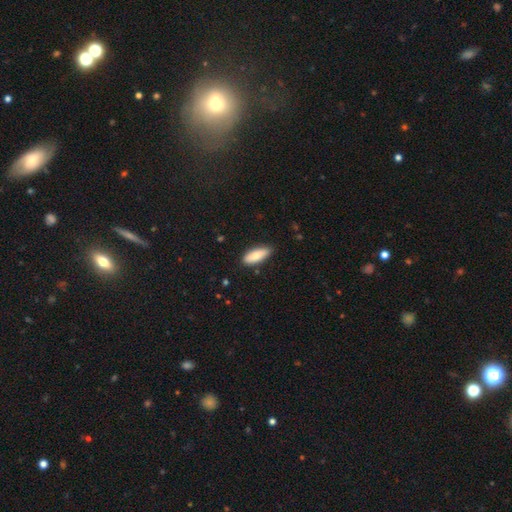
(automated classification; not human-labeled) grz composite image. It shows a smooth galaxy with no disk features (81%) that is in between round and cigar-shaped (73%). Merging: none (85%).